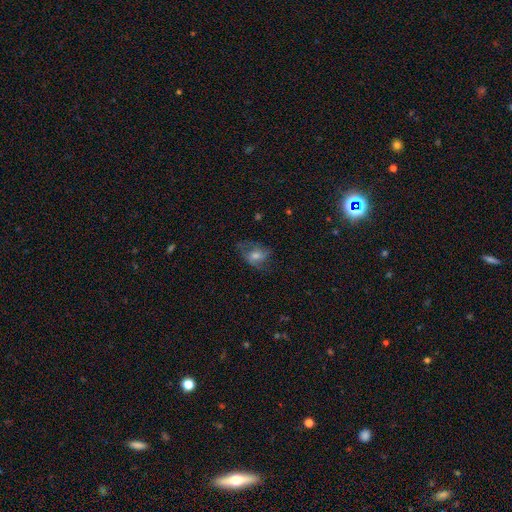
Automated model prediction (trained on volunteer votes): A smooth galaxy with no disk features (45%). Merging: none (52%).